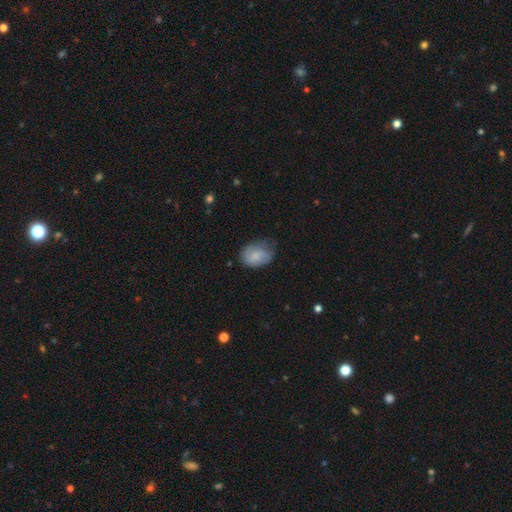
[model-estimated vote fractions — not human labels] Smooth or featured?
  - smooth: 68% *
  - featured or disk: 24%
  - star or artifact: 7%
How rounded?
  - in between: 69% *
  - round: 30%
  - cigar-shaped: 1%
Merging?
  - none: 50% *
  - minor disturbance: 35%
  - major disturbance: 13%
  - merger: 2%